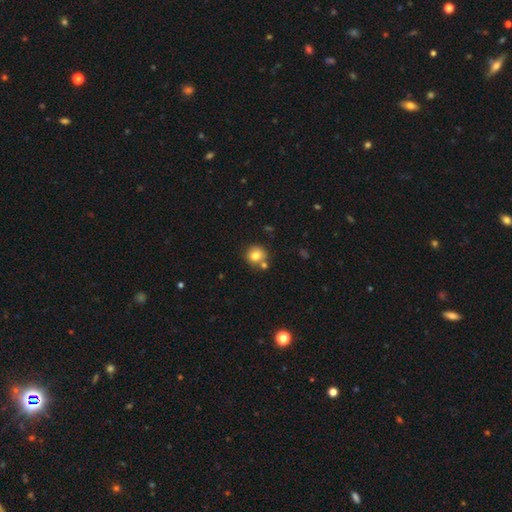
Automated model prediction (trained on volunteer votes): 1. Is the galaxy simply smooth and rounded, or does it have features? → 78% smooth, 12% featured or disk, 11% star or artifact.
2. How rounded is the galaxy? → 86% round, 13% in between, 1% cigar-shaped.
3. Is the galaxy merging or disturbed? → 68% none, 18% merger, 11% minor disturbance, 3% major disturbance.